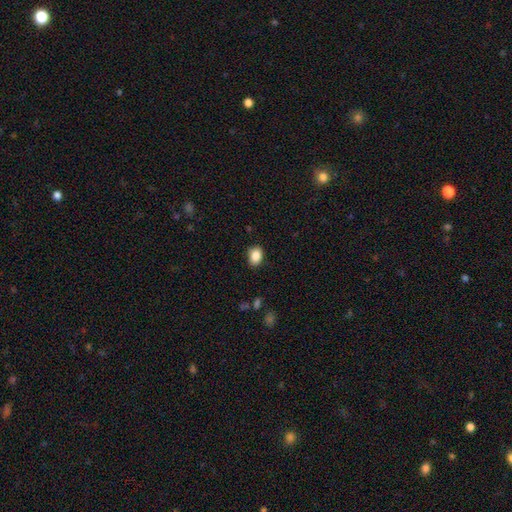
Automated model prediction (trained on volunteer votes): Smooth or featured? Predicted: smooth (p=0.88). How rounded? Predicted: in between (p=0.70). Merging? Predicted: none (p=0.82).